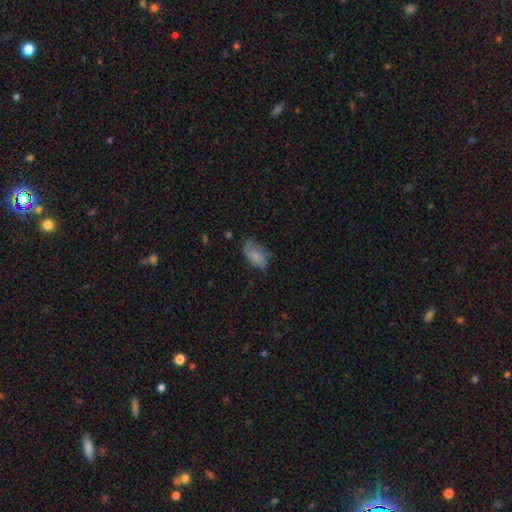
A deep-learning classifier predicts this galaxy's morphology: smooth 68%, featured or disk 24%, star or artifact 9%. Down the decision tree: how rounded — in between (91%); merging — none (48%).